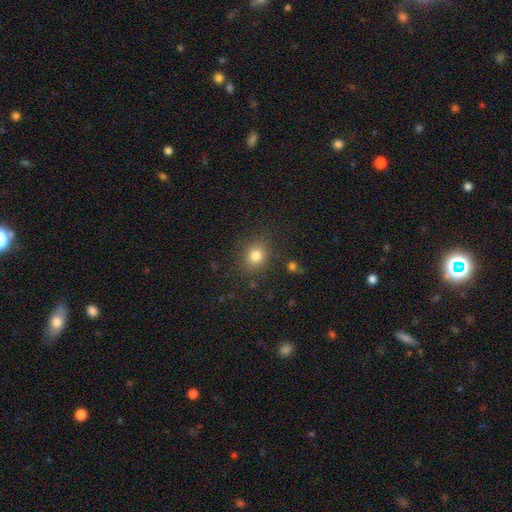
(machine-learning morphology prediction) Smooth or featured? Predicted: smooth (p=0.80). How rounded? Predicted: round (p=0.69). Merging? Predicted: none (p=0.84).